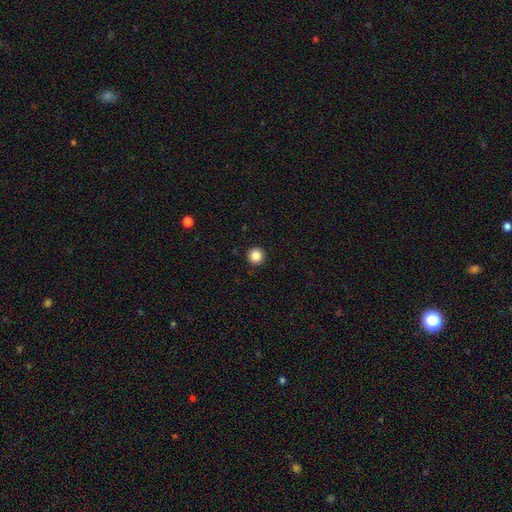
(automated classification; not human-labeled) Smooth or featured?
  - smooth: 86% *
  - star or artifact: 10%
  - featured or disk: 4%
How rounded?
  - round: 96% *
  - in between: 3%
  - cigar-shaped: 1%
Merging?
  - none: 94% *
  - minor disturbance: 4%
  - major disturbance: 1%
  - merger: 1%